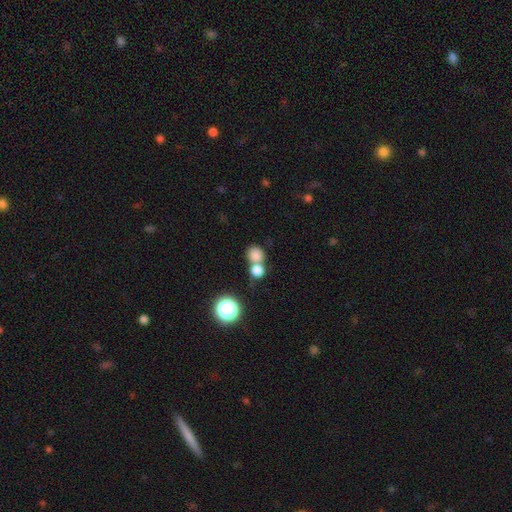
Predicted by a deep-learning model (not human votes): Smooth or featured?
  - smooth: 80% *
  - star or artifact: 13%
  - featured or disk: 7%
How rounded?
  - round: 83% *
  - in between: 16%
  - cigar-shaped: 1%
Merging?
  - none: 45% * (tied)
  - merger: 45% * (tied)
  - minor disturbance: 7%
  - major disturbance: 3%